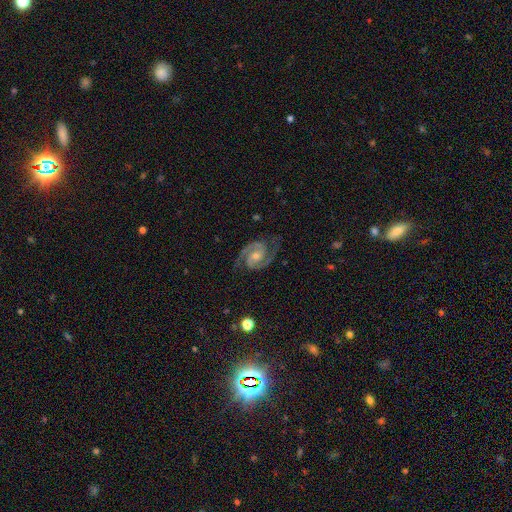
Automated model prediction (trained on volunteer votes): Overall: featured or disk (92%). Edge-on disk: no (98%). Bar: no (52%; weak 35%). Spiral arms: yes (99%). Spiral arm count: 2 (94%). Spiral winding: medium (50%; tight 43%). Bulge size: moderate (52%; small 41%). Merging: none (83%).